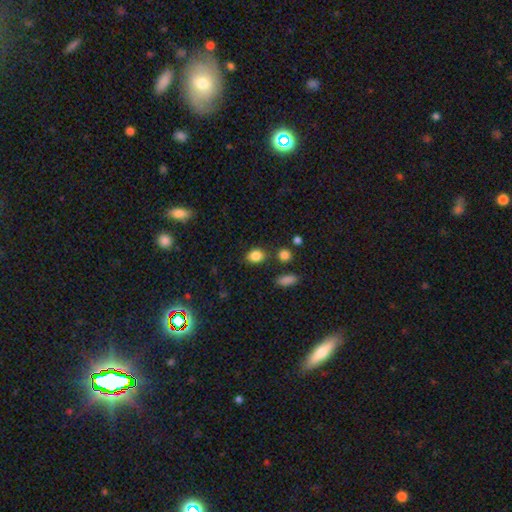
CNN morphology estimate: smooth_or_featured: smooth (p=0.85) [alt: star or artifact p=0.10]
how_rounded: in between (p=0.57) [alt: round p=0.42]
merging: none (p=0.78) [alt: minor disturbance p=0.12]